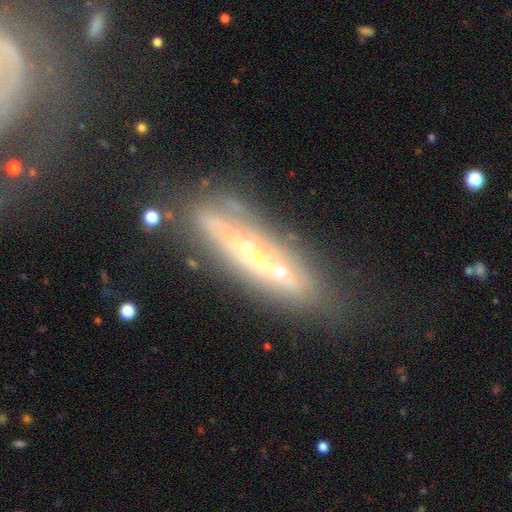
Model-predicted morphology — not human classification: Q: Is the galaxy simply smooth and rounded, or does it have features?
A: featured or disk — 67%.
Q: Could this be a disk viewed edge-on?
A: yes — 55%.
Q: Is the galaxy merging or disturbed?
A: none — 62%.